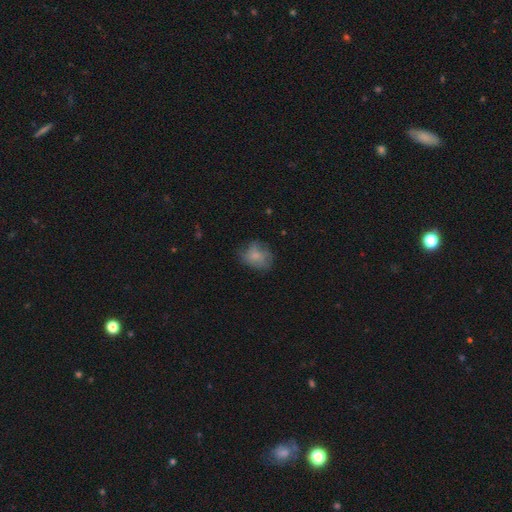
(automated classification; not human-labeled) Smooth or featured: smooth — 67% (featured or disk — 23%)
How rounded: round — 50% (in between — 49%)
Merging: none — 58% (minor disturbance — 26%)